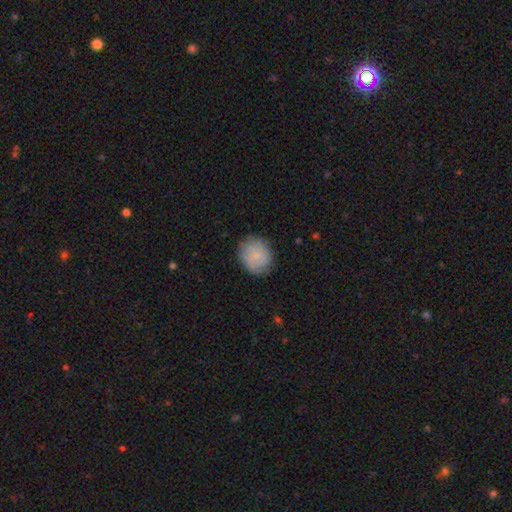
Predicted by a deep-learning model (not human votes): Smooth or featured? smooth (71%)
How rounded? round (75%)
Merging? none (79%)